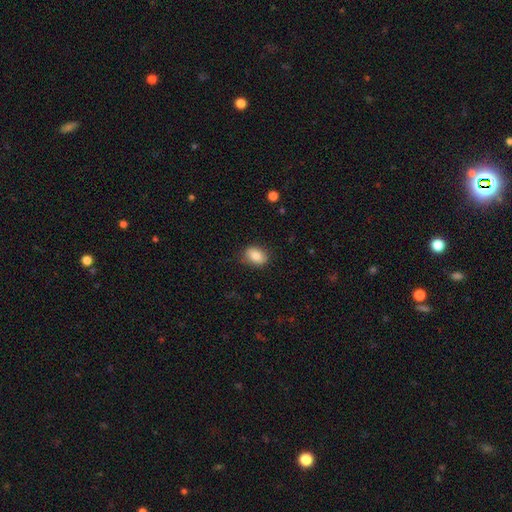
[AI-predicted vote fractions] smooth_or_featured: smooth (p=0.82) [alt: featured or disk p=0.10]
how_rounded: in between (p=0.75) [alt: round p=0.23]
merging: none (p=0.80) [alt: minor disturbance p=0.15]